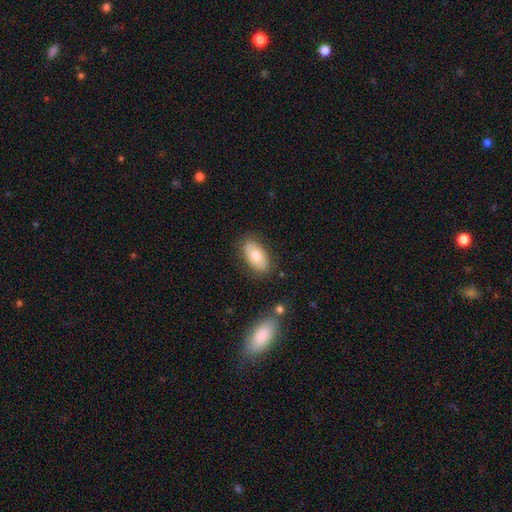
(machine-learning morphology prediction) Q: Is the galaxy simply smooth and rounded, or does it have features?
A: smooth — 76%.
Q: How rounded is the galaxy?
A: in between — 93%.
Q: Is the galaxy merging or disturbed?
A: none — 81%.